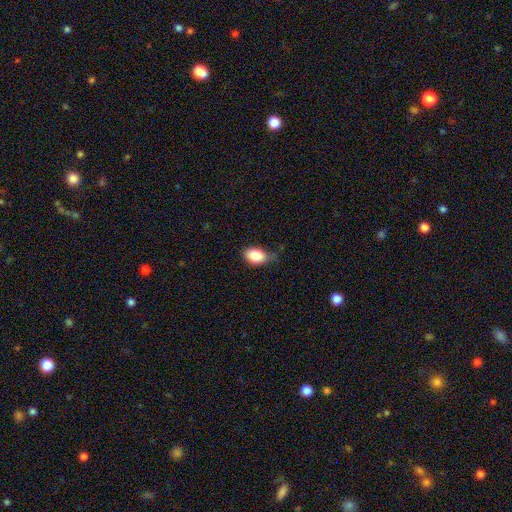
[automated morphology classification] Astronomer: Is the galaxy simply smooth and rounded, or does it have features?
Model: smooth — 85%.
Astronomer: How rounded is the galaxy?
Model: in between — 87%.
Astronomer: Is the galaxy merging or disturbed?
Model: none — 57% (runner-up: minor disturbance, 34%).